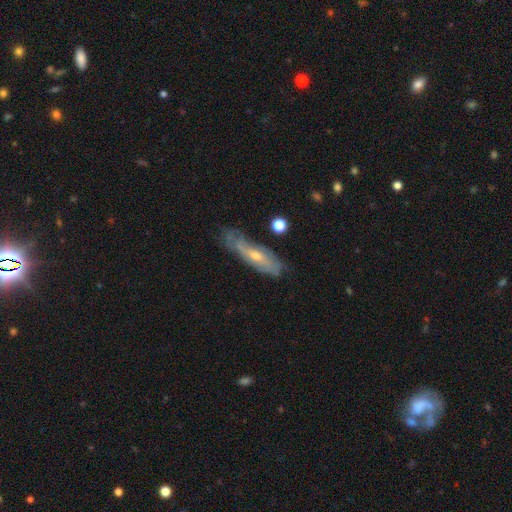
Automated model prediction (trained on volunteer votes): Smooth or featured? Predicted: featured or disk (p=0.62). Edge-on disk? Predicted: no (p=0.62). Merging? Predicted: none (p=0.58).